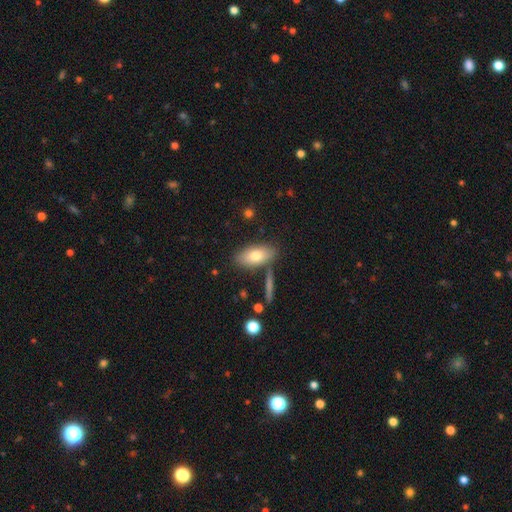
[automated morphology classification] Smooth or featured?
  - smooth: 74% *
  - featured or disk: 19%
  - star or artifact: 7%
How rounded?
  - in between: 88% *
  - cigar-shaped: 7%
  - round: 5%
Merging?
  - none: 74% *
  - minor disturbance: 13%
  - merger: 9%
  - major disturbance: 4%